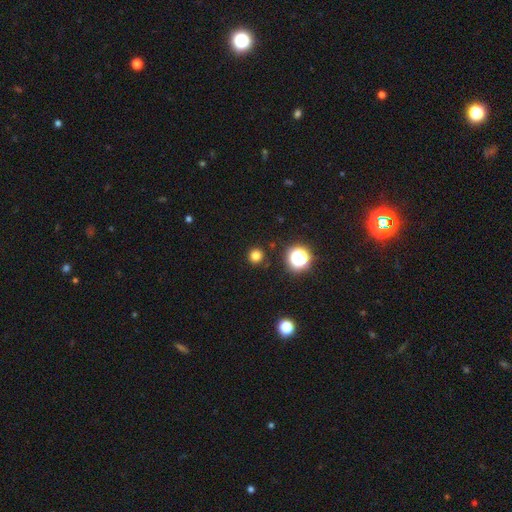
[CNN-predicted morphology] This appears to be a smooth galaxy with no disk features (78%) that is round (95%). Merging: none (92%).